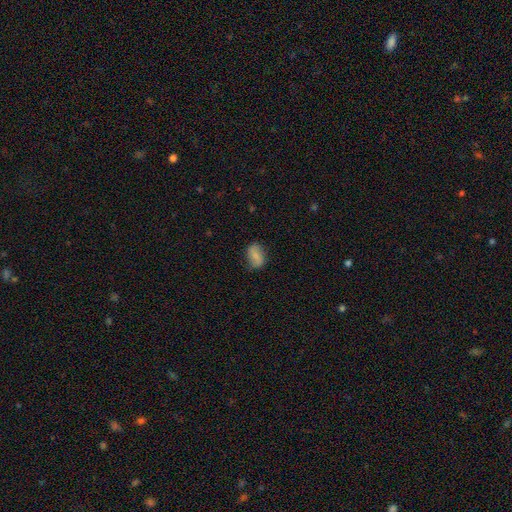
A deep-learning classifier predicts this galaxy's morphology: Overall: smooth (68%). How rounded: in between (85%). Merging: none (73%).